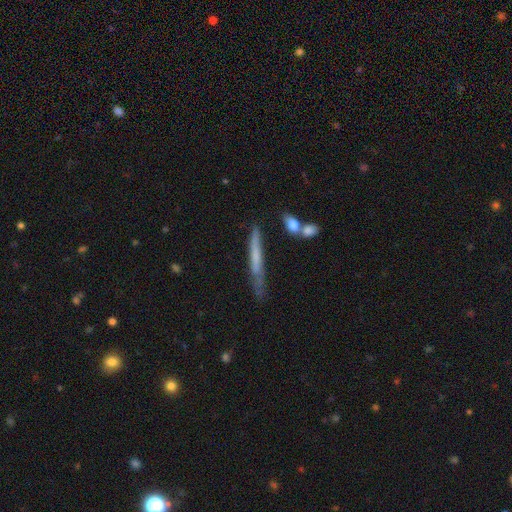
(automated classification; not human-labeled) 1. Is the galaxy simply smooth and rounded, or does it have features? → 50% smooth, 43% featured or disk, 8% star or artifact.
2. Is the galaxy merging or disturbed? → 62% none, 24% minor disturbance, 7% major disturbance, 6% merger.